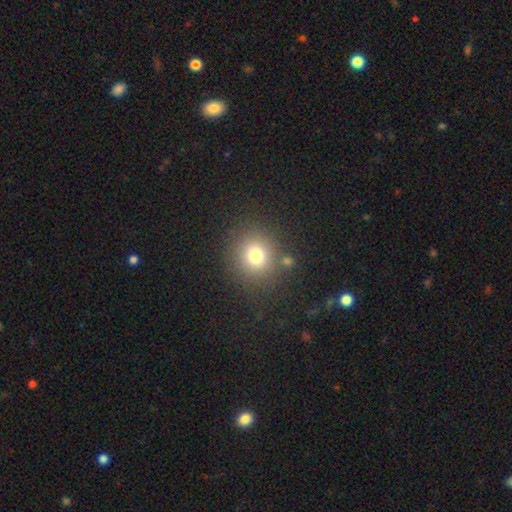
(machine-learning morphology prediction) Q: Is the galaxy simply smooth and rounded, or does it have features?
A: smooth — 75%.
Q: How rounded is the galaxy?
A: round — 84%.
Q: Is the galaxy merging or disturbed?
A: none — 82%.